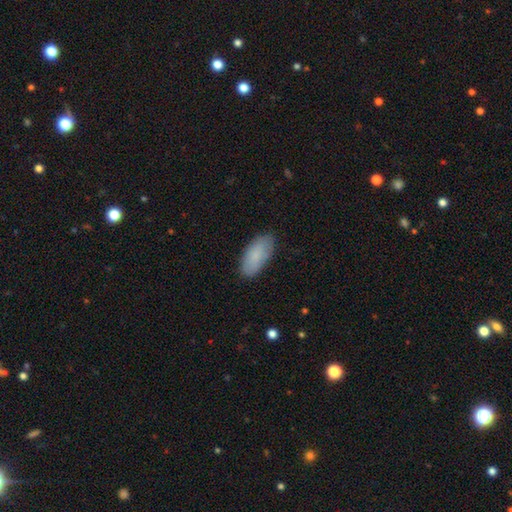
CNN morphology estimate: Q: Smooth or featured?
A: smooth (86%); runner-up: featured or disk (9%)
Q: How rounded?
A: in between (91%); runner-up: cigar-shaped (8%)
Q: Merging?
A: none (84%); runner-up: minor disturbance (13%)